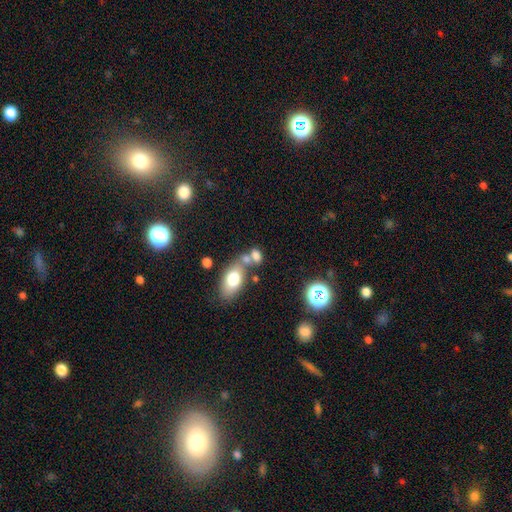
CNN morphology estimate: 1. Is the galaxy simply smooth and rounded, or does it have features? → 74% smooth, 13% star or artifact, 13% featured or disk.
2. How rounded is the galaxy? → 72% in between, 24% round, 5% cigar-shaped.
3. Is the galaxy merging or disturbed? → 46% merger, 38% none, 11% minor disturbance, 6% major disturbance.